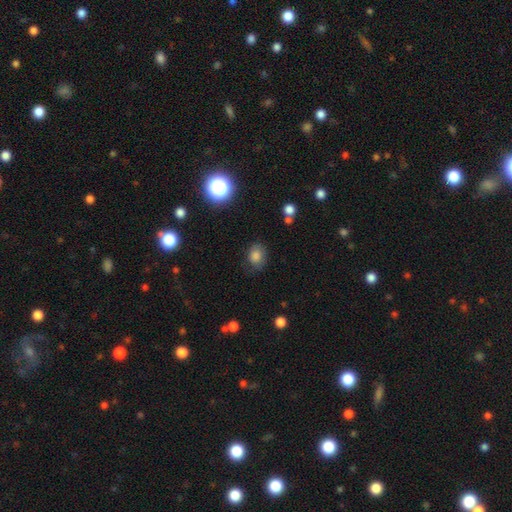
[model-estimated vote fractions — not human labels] A smooth galaxy with no disk features (79%) that is in between round and cigar-shaped (59%). Merging: none (73%).